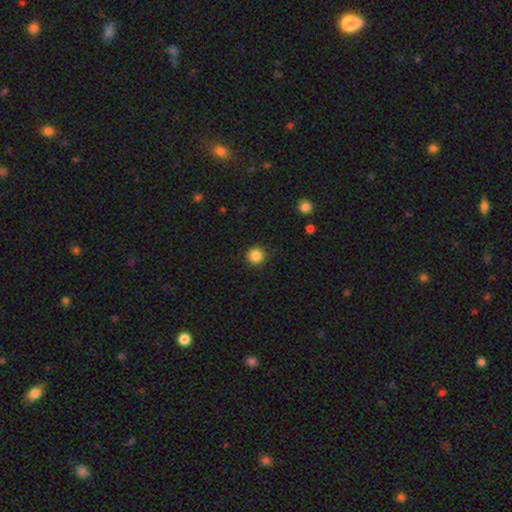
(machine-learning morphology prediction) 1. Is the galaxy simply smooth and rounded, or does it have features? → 86% smooth, 10% star or artifact, 3% featured or disk.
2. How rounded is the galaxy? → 95% round, 4% in between, 1% cigar-shaped.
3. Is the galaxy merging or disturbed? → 91% none, 6% minor disturbance, 2% major disturbance, 1% merger.